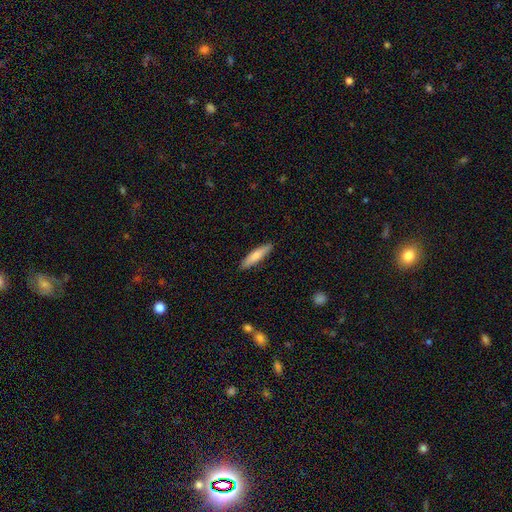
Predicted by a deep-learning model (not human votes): This is likely a smooth galaxy (77%). How rounded: likely cigar-shaped (78%). Merging: clearly none (89%).